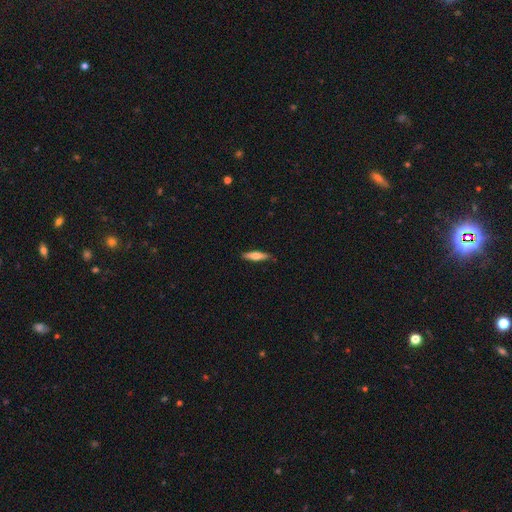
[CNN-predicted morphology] Overall: smooth (62%; featured or disk 32%). How rounded: cigar-shaped (77%). Merging: none (87%).